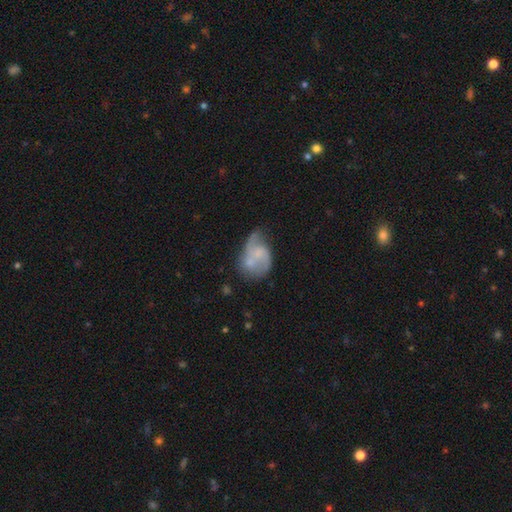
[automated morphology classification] This appears to be a featured or disk galaxy (60%) with no bar (68%), spiral arms (72%) and a small central bulge (40%). Merging: none (32%).